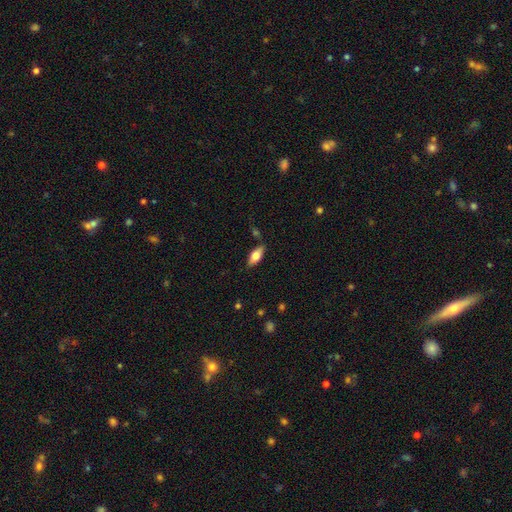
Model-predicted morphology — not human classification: A smooth galaxy with no disk features (62%) that is in between round and cigar-shaped (79%). Merging: none (83%).